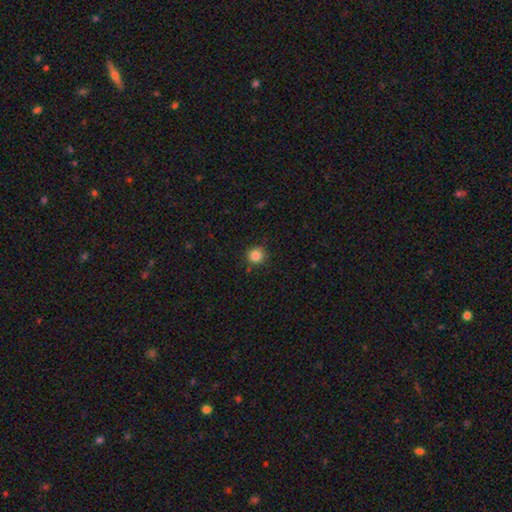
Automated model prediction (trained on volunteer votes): This is clearly a smooth galaxy (84%). How rounded: clearly round (93%). Merging: clearly none (89%).